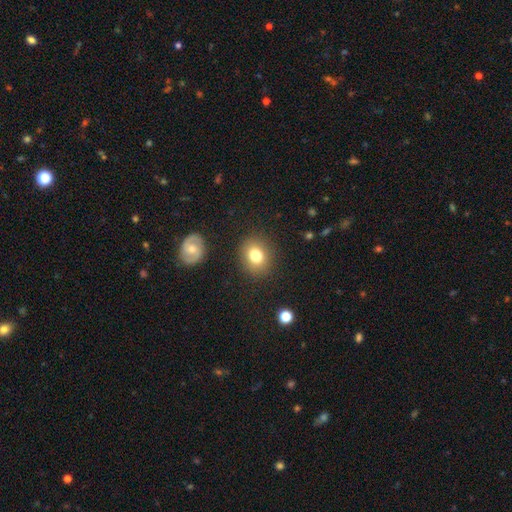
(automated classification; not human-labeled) A smooth galaxy with no disk features (79%) that is round (63%). Merging: none (86%).